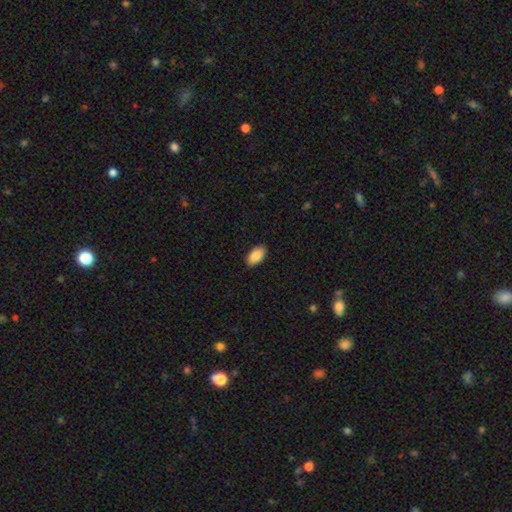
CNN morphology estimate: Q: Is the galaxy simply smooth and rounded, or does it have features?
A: smooth — 87%.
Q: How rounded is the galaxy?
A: in between — 94%.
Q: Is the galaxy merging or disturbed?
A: none — 90%.